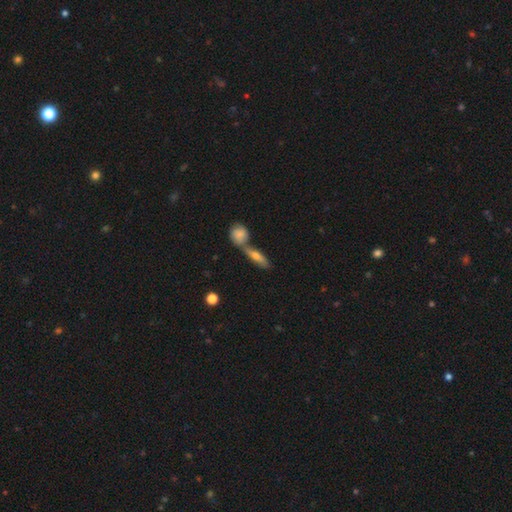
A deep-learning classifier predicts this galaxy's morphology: This appears to be a smooth galaxy with no disk features (51%) that is cigar-shaped (57%). Merging: none (45%).